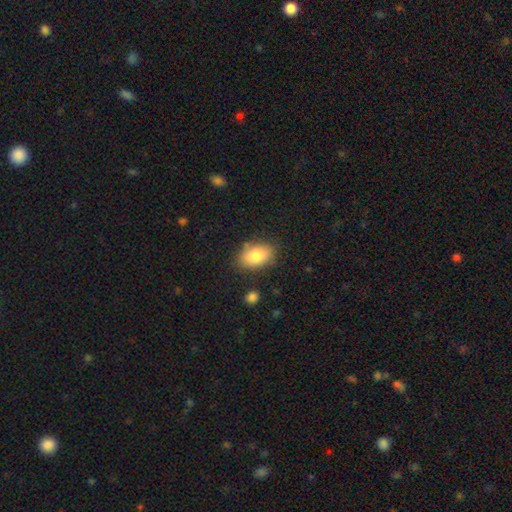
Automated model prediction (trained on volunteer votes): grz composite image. It shows a smooth galaxy with no disk features (83%) that is in between round and cigar-shaped (89%). Merging: none (80%).